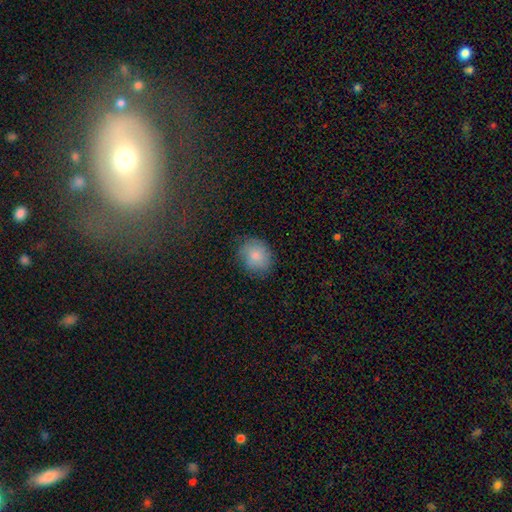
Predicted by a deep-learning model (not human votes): Smooth or featured: smooth — 81% (featured or disk — 12%)
How rounded: round — 68% (in between — 31%)
Merging: none — 78% (minor disturbance — 17%)